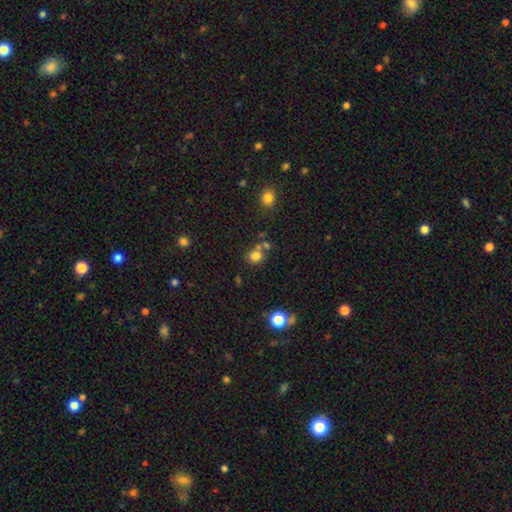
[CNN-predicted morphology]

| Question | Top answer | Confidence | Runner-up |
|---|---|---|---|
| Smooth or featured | smooth | 78% | star or artifact (15%) |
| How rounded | round | 83% | in between (16%) |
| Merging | none | 65% | merger (20%) |